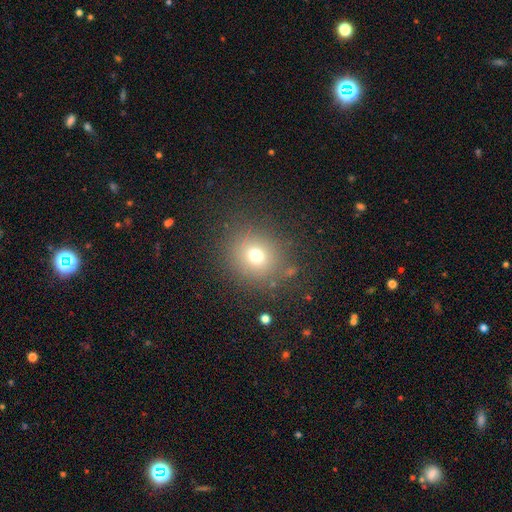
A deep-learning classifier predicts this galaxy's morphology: A smooth galaxy with no disk features (70%) that is round (84%). Merging: none (83%).